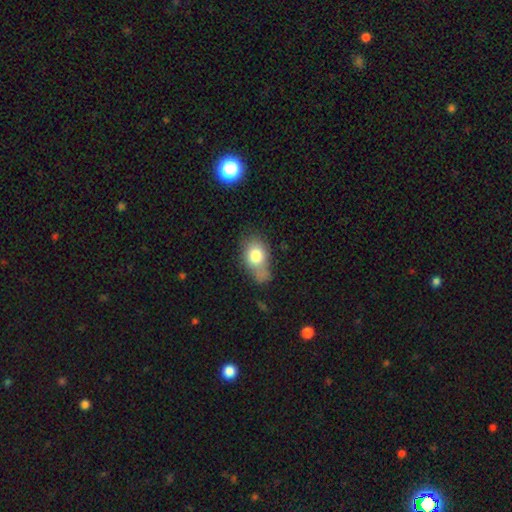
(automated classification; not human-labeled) smooth 77%, featured or disk 14%, star or artifact 8%. Down the decision tree: how rounded — in between (78%); merging — none (40%).